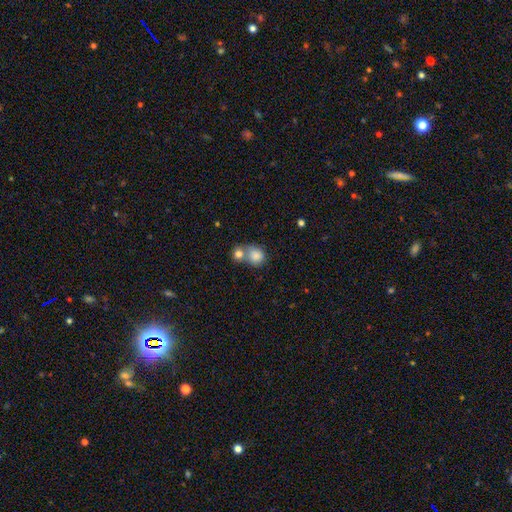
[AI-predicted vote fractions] A smooth galaxy with no disk features (83%) that is round (73%). Merging: merger (51%).